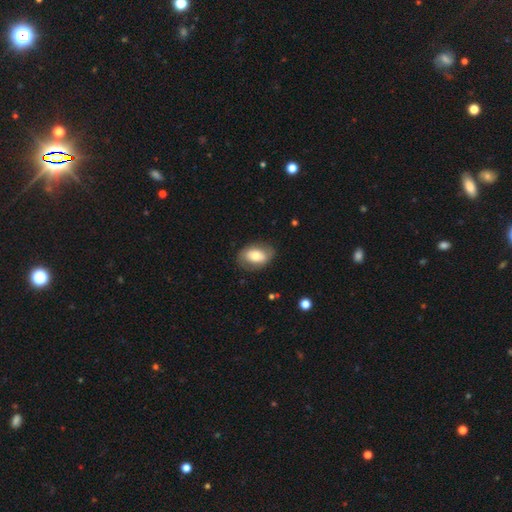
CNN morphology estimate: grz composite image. It shows a smooth galaxy with no disk features (67%) that is in between round and cigar-shaped (84%). Merging: none (76%).